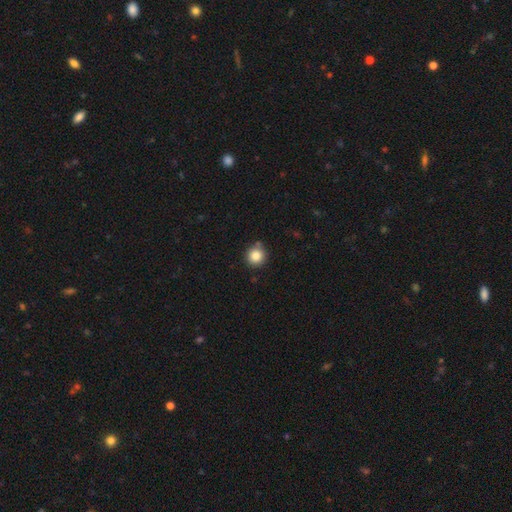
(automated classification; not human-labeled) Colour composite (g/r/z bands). It shows a smooth galaxy with no disk features (85%) that is round (94%). Merging: none (81%).